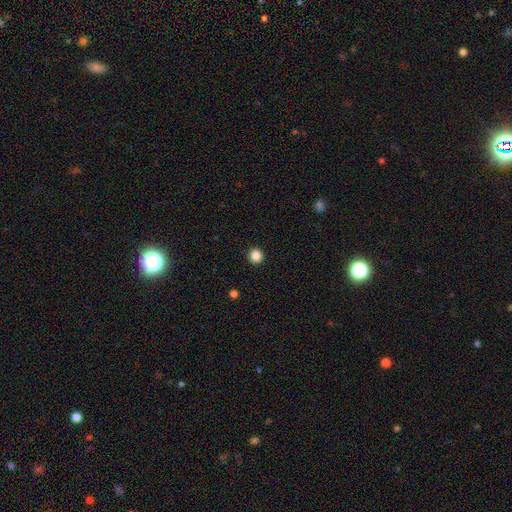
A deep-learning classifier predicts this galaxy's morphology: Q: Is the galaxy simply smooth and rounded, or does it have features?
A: smooth — 85%.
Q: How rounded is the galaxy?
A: round — 94%.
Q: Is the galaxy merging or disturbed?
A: none — 93%.